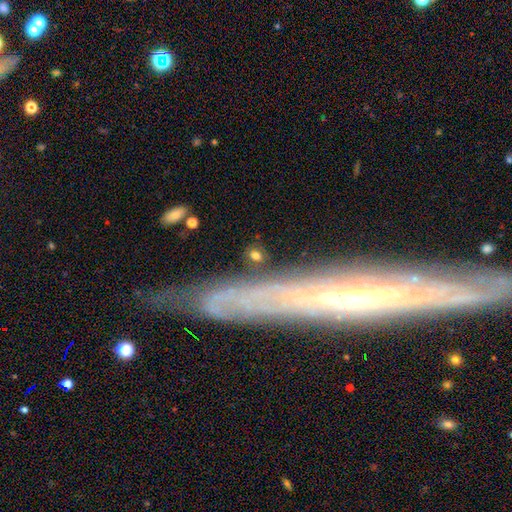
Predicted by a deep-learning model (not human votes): This appears to be a smooth galaxy with no disk features (64%) that is round (51%). Merging: none (83%).